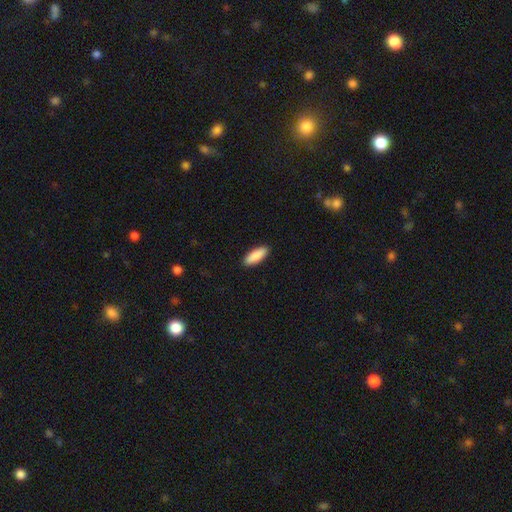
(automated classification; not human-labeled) Overall: smooth (87%). How rounded: in between (64%; cigar-shaped 35%). Merging: none (91%).